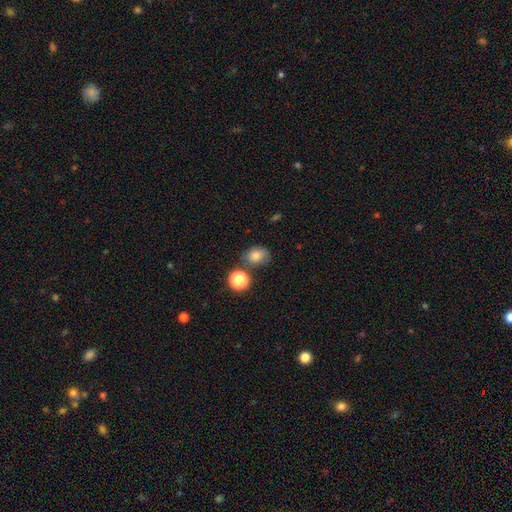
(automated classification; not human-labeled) This is likely a smooth galaxy (79%). How rounded: possibly in between (53%). Merging: likely none (61%).